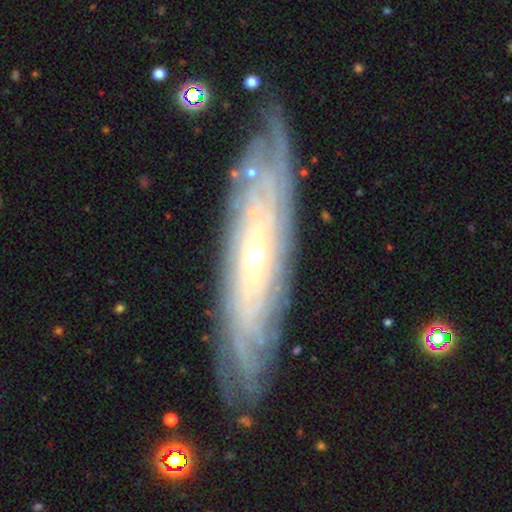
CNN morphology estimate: A featured or disk galaxy (84%) with no bar (70%), tight (81%) spiral arms (92%) and a small central bulge (77%). Merging: none (82%).